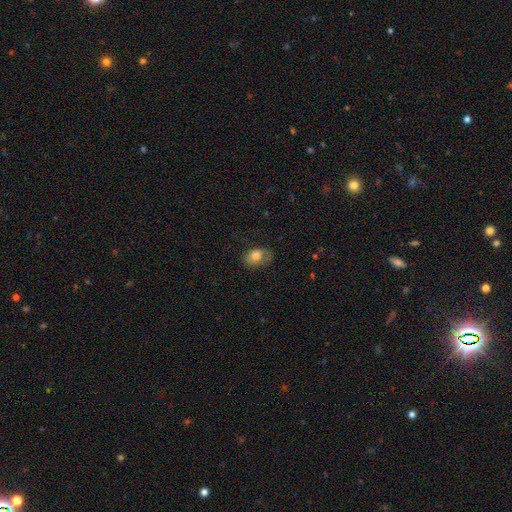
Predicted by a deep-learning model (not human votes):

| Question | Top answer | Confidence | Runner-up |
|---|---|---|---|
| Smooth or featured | smooth | 76% | featured or disk (16%) |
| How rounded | in between | 85% | round (13%) |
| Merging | none | 58% | minor disturbance (28%) |